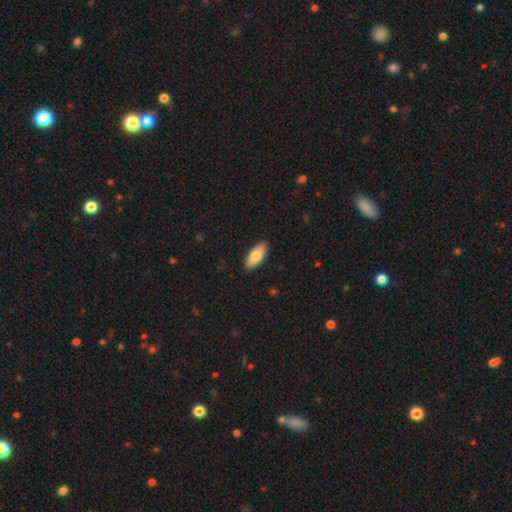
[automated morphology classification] Q: Smooth or featured?
A: smooth (78%); runner-up: featured or disk (17%)
Q: How rounded?
A: in between (87%); runner-up: cigar-shaped (11%)
Q: Merging?
A: none (89%); runner-up: minor disturbance (8%)